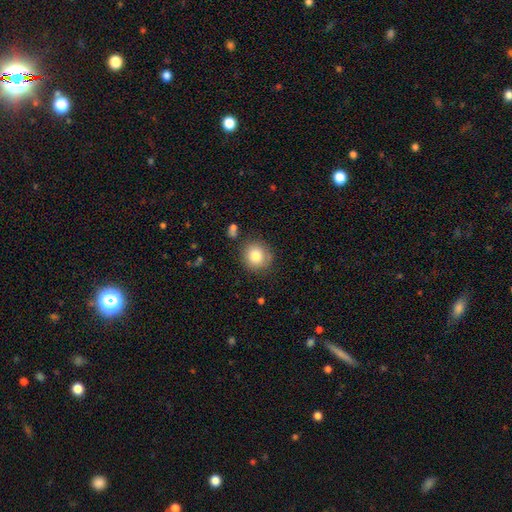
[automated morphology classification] This is clearly a smooth galaxy (81%). How rounded: clearly round (89%). Merging: clearly none (82%).